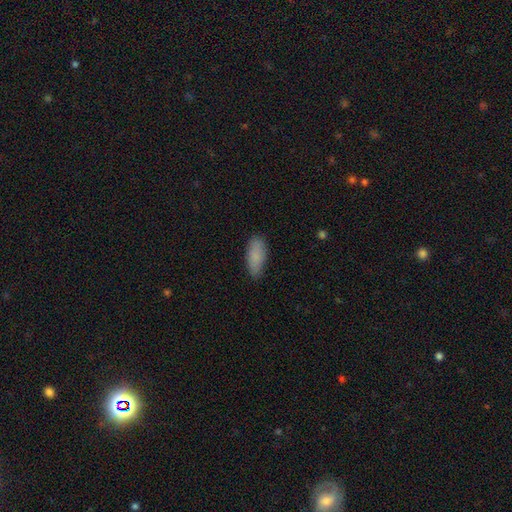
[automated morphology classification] Smooth or featured? Predicted: smooth (p=0.86). How rounded? Predicted: in between (p=0.77). Merging? Predicted: none (p=0.83).